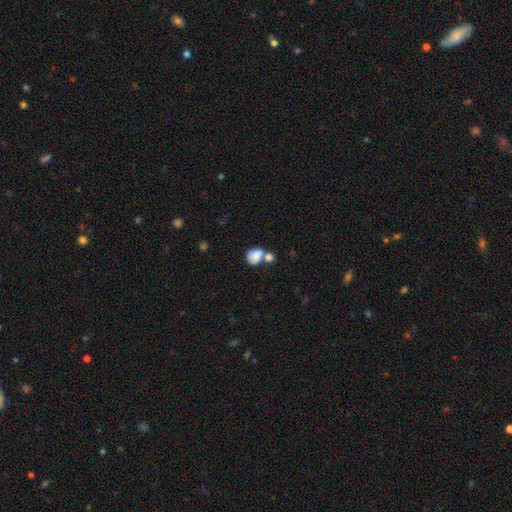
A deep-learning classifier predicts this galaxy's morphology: Smooth or featured? Predicted: smooth (p=0.79). How rounded? Predicted: in between (p=0.51). Merging? Predicted: merger (p=0.51).